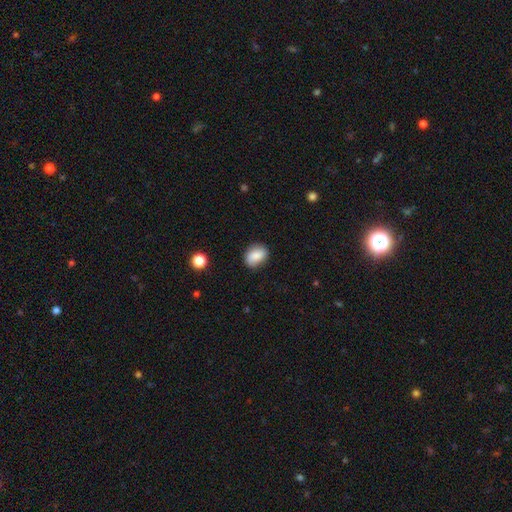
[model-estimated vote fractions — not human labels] A smooth galaxy with no disk features (85%) that is in between round and cigar-shaped (69%). Merging: none (79%).